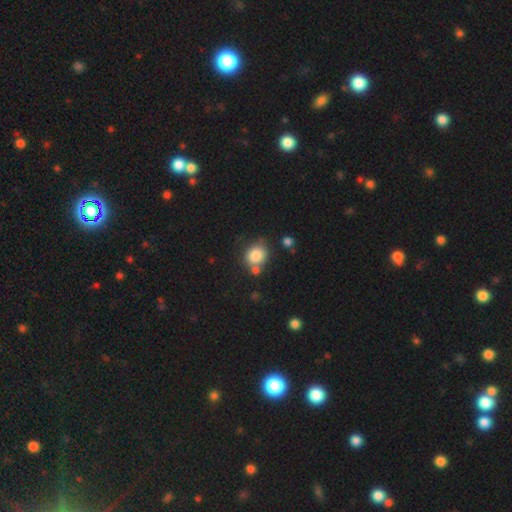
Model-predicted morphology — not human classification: A smooth galaxy with no disk features (83%) that is round (74%). Merging: none (61%).